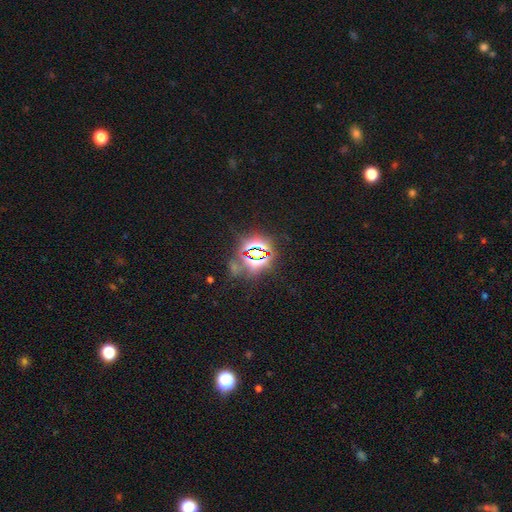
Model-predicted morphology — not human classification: Smooth or featured: star or artifact — 78% (smooth — 13%)